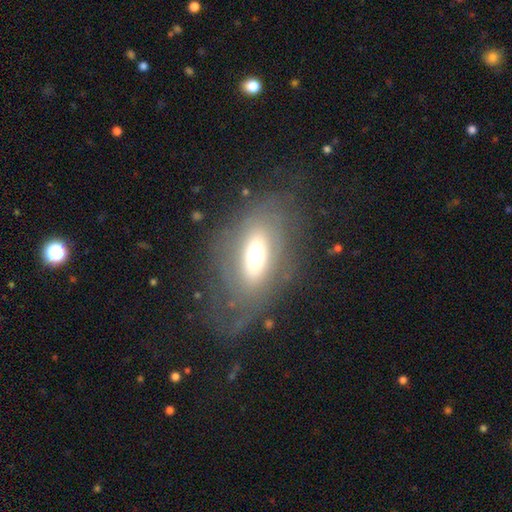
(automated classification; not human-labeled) Smooth or featured: featured or disk — 50% (smooth — 41%)
Merging: none — 57% (major disturbance — 22%)